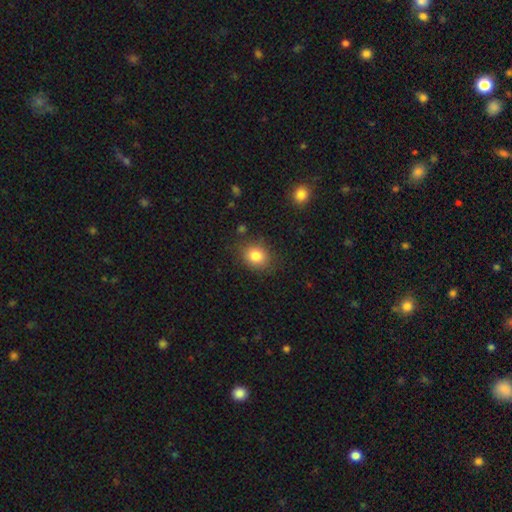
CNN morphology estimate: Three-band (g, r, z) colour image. It shows a smooth galaxy with no disk features (84%) that is round (61%). Merging: none (81%).